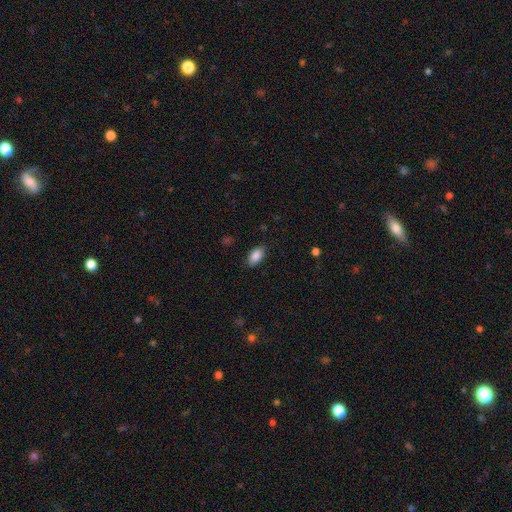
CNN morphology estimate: The model was most divided on "merging": none: 86%, minor disturbance: 10%, major disturbance: 2%, merger: 1%. More confident: how rounded — in between (93%); smooth or featured — smooth (87%).